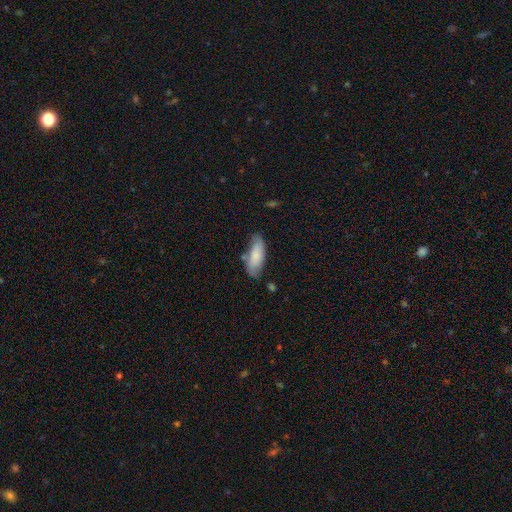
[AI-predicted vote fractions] This appears to be a smooth galaxy with no disk features (80%) that is in between round and cigar-shaped (74%). Merging: none (63%).